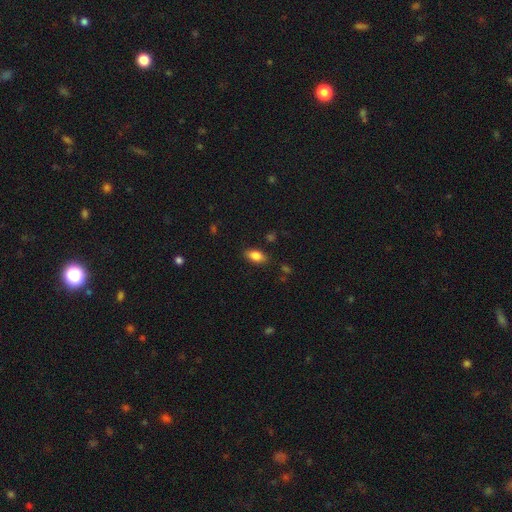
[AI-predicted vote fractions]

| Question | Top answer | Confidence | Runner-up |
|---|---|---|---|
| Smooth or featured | smooth | 85% | star or artifact (8%) |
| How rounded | in between | 90% | round (6%) |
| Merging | none | 84% | minor disturbance (12%) |